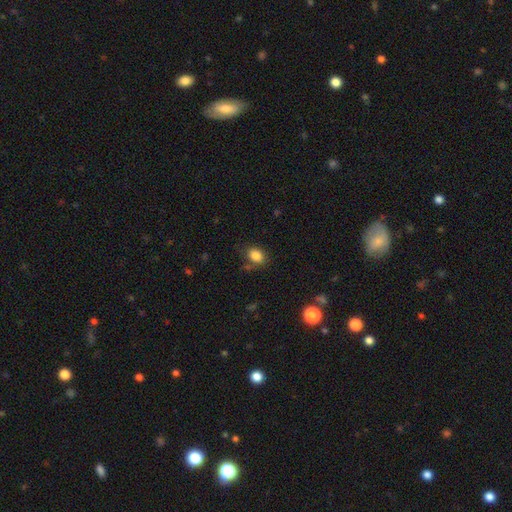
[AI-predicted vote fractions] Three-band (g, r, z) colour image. It shows a smooth galaxy with no disk features (84%) that is in between round and cigar-shaped (67%). Merging: none (74%).